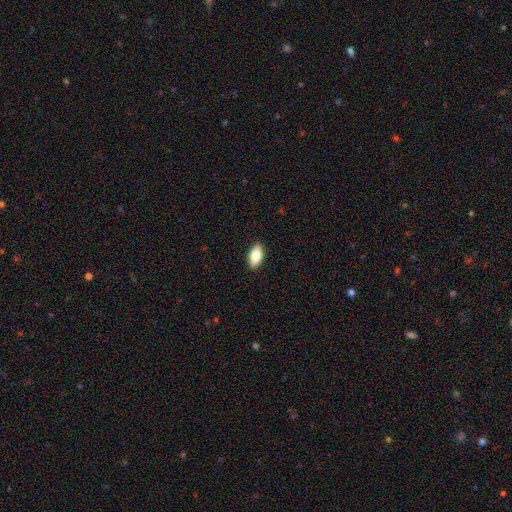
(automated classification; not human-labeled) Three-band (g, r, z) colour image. It shows a smooth galaxy with no disk features (79%) that is in between round and cigar-shaped (89%). Merging: none (90%).